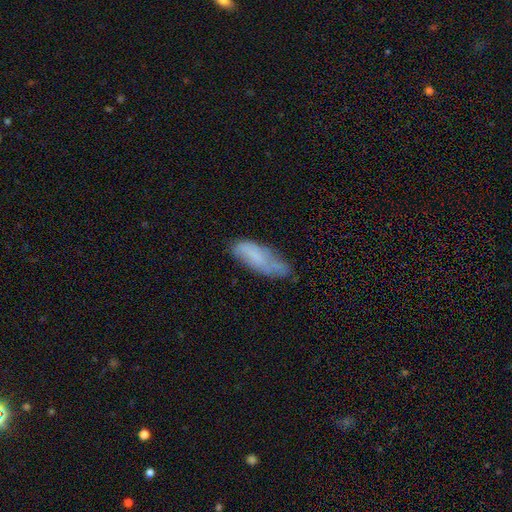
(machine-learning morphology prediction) smooth_or_featured: smooth (p=0.60) [alt: featured or disk p=0.31]
how_rounded: in between (p=0.62) [alt: cigar-shaped p=0.36]
merging: none (p=0.51) [alt: minor disturbance p=0.34]